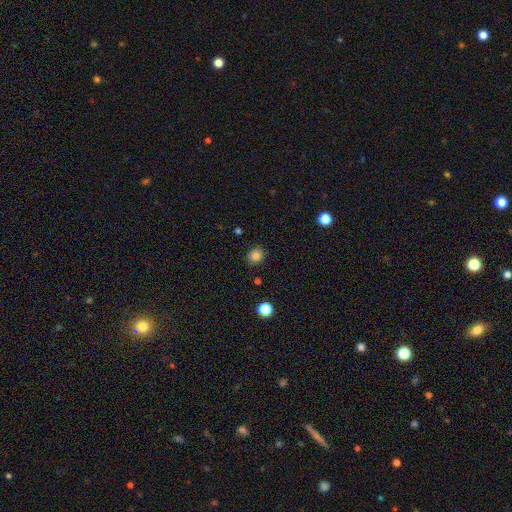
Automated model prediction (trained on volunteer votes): Smooth or featured? smooth (84%)
How rounded? round (79%)
Merging? none (88%)